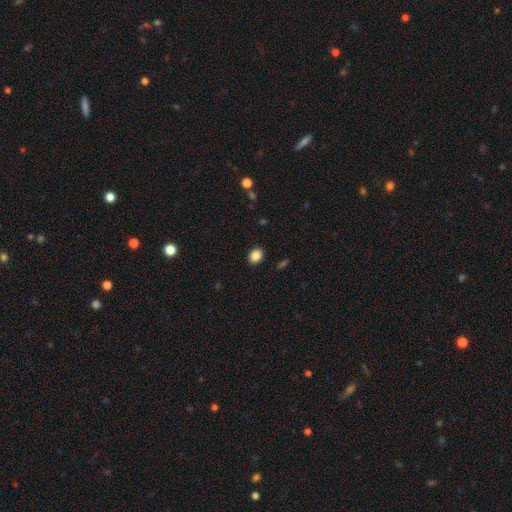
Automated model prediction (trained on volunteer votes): The model was most divided on "how rounded": in between: 58%, round: 41%, cigar-shaped: 1%. More confident: merging — none (90%); smooth or featured — smooth (87%).